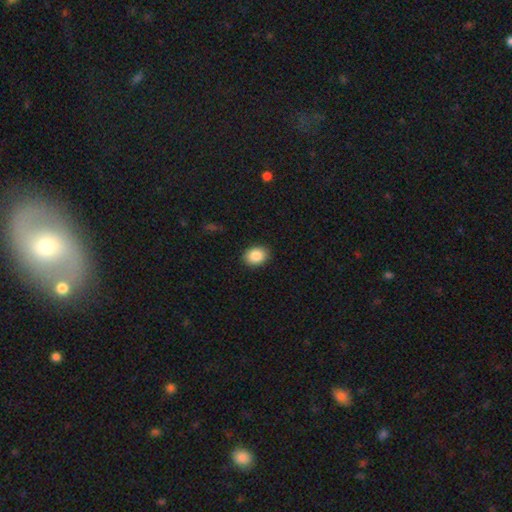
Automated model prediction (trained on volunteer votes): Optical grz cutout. It shows a smooth galaxy with no disk features (88%) that is in between round and cigar-shaped (61%). Merging: none (90%).